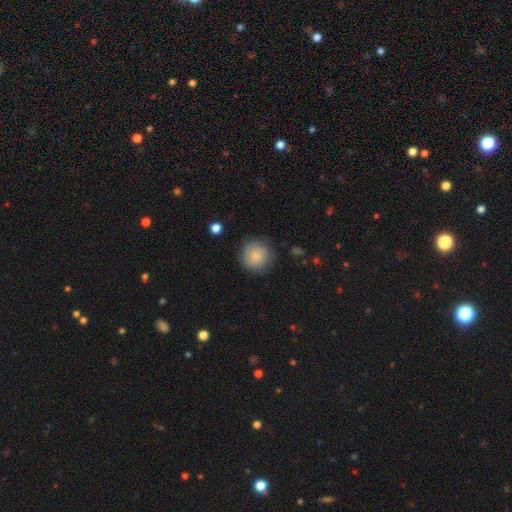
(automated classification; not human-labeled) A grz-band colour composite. It shows a smooth galaxy with no disk features (72%) that is round (92%). Merging: none (78%).